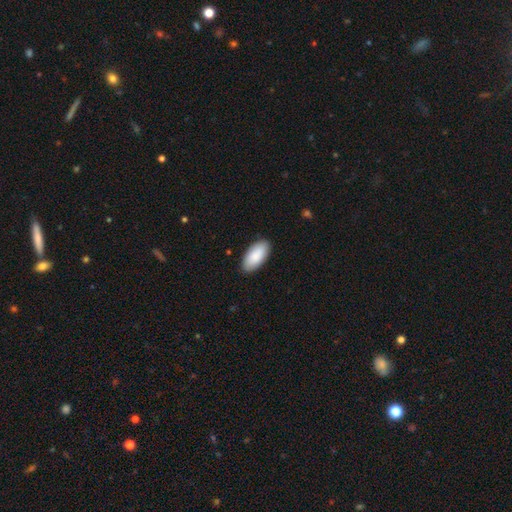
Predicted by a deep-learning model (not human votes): A smooth galaxy with no disk features (89%) that is in between round and cigar-shaped (93%).

Vote fractions:
- Smooth or featured? smooth: 89% / featured or disk: 6% / star or artifact: 5%
- How rounded? in between: 93% / cigar-shaped: 5% / round: 2%
- Merging? none: 89% / minor disturbance: 8% / major disturbance: 2% / merger: 1%